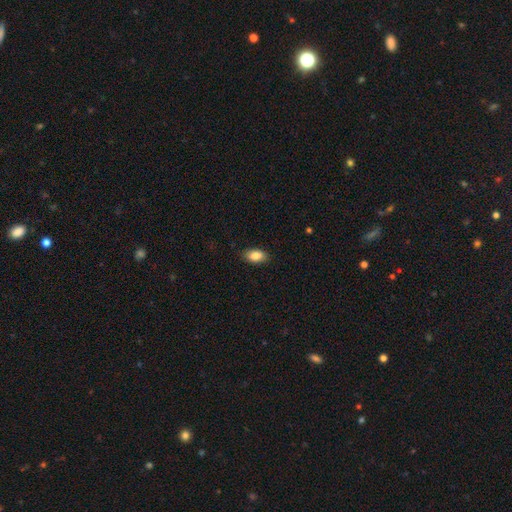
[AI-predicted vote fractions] Smooth or featured: smooth — 86% (star or artifact — 7%)
How rounded: in between — 92% (round — 6%)
Merging: none — 87% (minor disturbance — 10%)